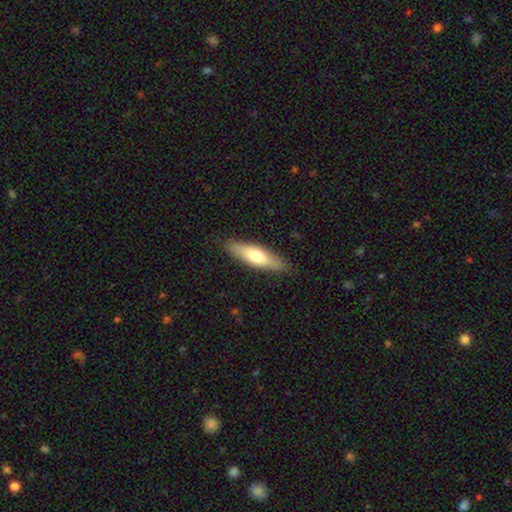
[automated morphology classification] The model was most divided on "how rounded": cigar-shaped: 61%, in between: 37%, round: 2%. More confident: merging — none (87%); smooth or featured — smooth (61%).